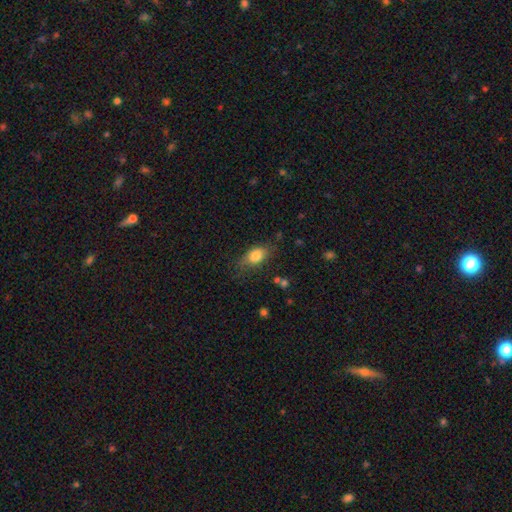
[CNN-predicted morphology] Smooth or featured?
  - smooth: 80% *
  - featured or disk: 12%
  - star or artifact: 9%
How rounded?
  - in between: 79% *
  - round: 16%
  - cigar-shaped: 5%
Merging?
  - none: 69% *
  - minor disturbance: 22%
  - major disturbance: 7%
  - merger: 2%